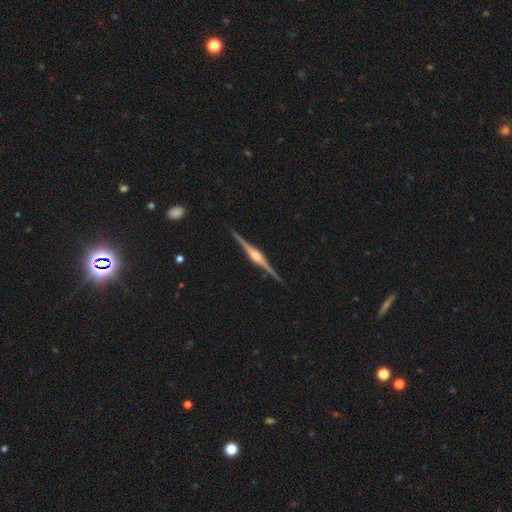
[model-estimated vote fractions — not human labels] This appears to be a featured or disk galaxy (90%) viewed edge-on (99%) with a rounded central bulge (85%). Merging: none (91%).